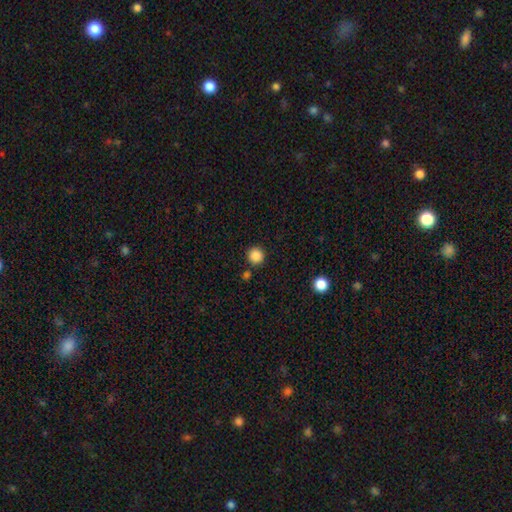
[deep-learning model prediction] smooth 87%, star or artifact 10%, featured or disk 3%. Down the decision tree: how rounded — round (94%); merging — none (87%).